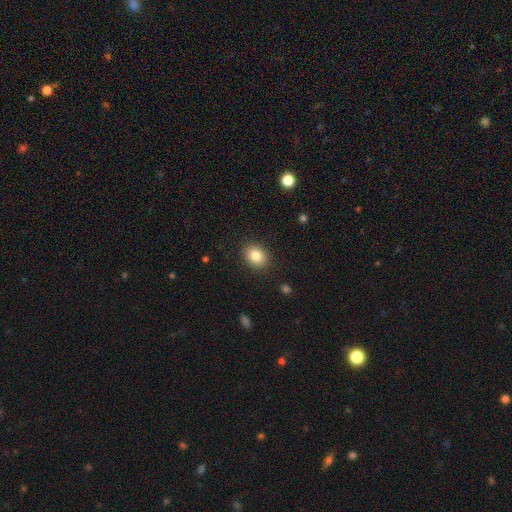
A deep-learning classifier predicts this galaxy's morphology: A smooth galaxy with no disk features (84%) that is round (50%). Merging: none (88%).